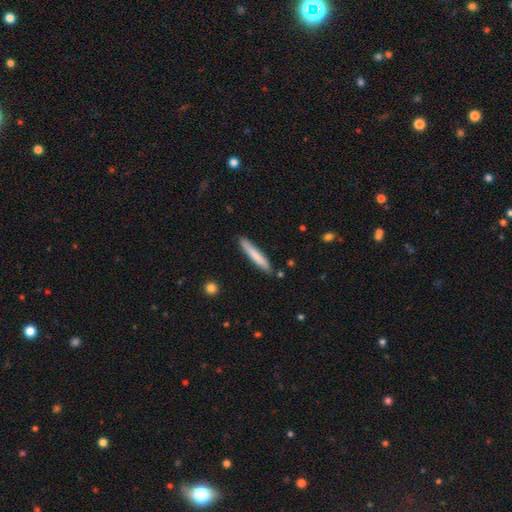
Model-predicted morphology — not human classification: A smooth galaxy with no disk features (75%) that is cigar-shaped (94%).

Vote fractions:
- Smooth or featured? smooth: 75% / featured or disk: 20% / star or artifact: 5%
- How rounded? cigar-shaped: 94% / in between: 5% / round: 1%
- Merging? none: 86% / minor disturbance: 10% / merger: 2% / major disturbance: 2%